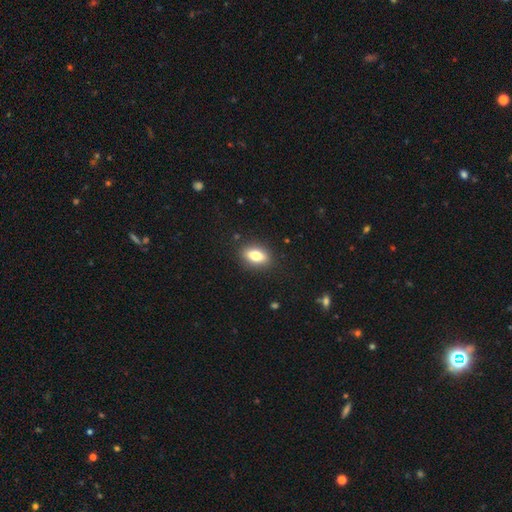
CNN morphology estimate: smooth_or_featured: smooth (p=0.75) [alt: featured or disk p=0.16]
how_rounded: in between (p=0.83) [alt: round p=0.11]
merging: none (p=0.87) [alt: minor disturbance p=0.09]